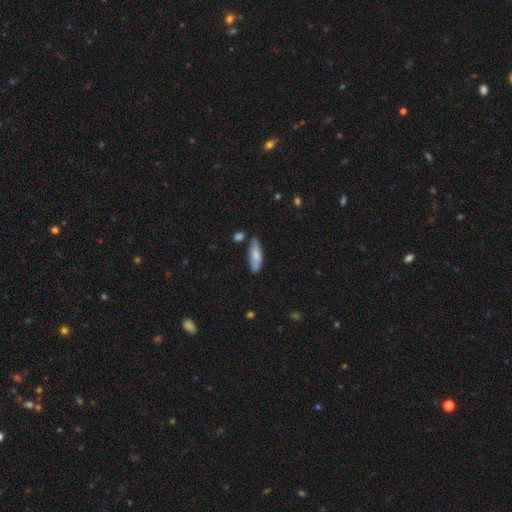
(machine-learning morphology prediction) smooth-or-featured: smooth: 76% | featured or disk: 18% | star or artifact: 6%
  how-rounded: in between: 52% | cigar-shaped: 47% | round: 2%
  merging: none: 73% | minor disturbance: 19% | merger: 5% | major disturbance: 3%